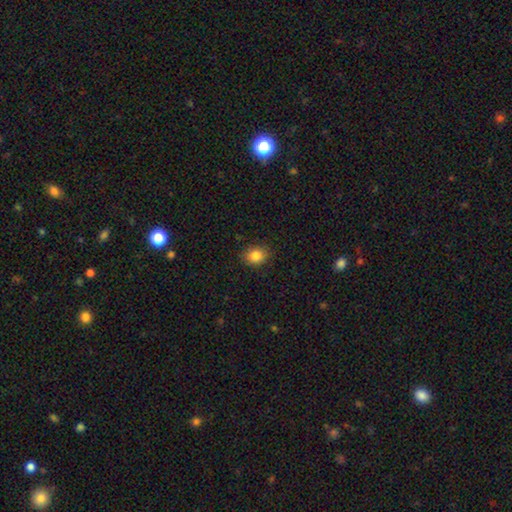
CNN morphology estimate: Smooth or featured? smooth (84%)
How rounded? round (50%)
Merging? none (87%)